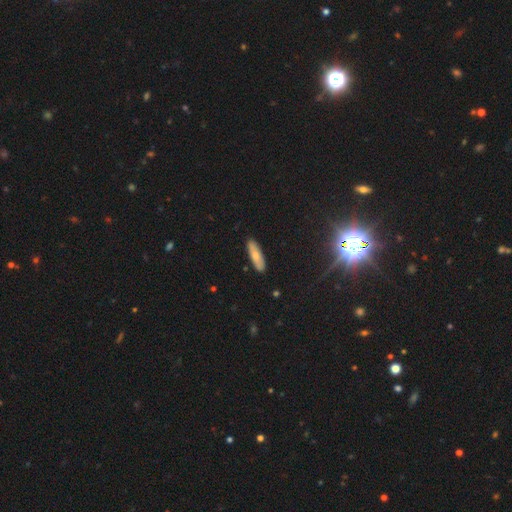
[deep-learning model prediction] Overall: smooth (68%). How rounded: cigar-shaped (61%; in between 37%). Merging: none (87%).